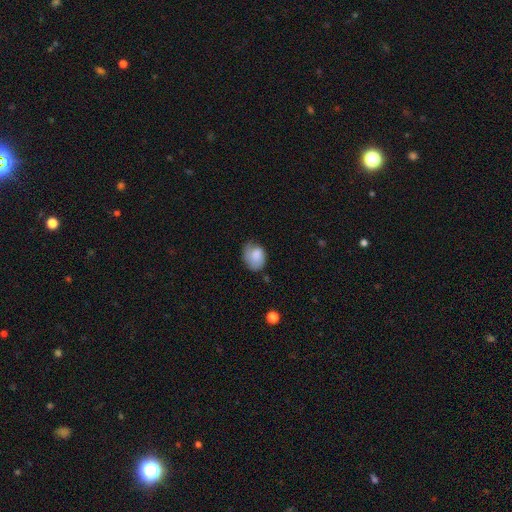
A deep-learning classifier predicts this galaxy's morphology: smooth-or-featured: smooth: 75% | featured or disk: 18% | star or artifact: 8%
  how-rounded: in between: 64% | round: 35% | cigar-shaped: 1%
  merging: none: 46% | minor disturbance: 37% | major disturbance: 14% | merger: 2%